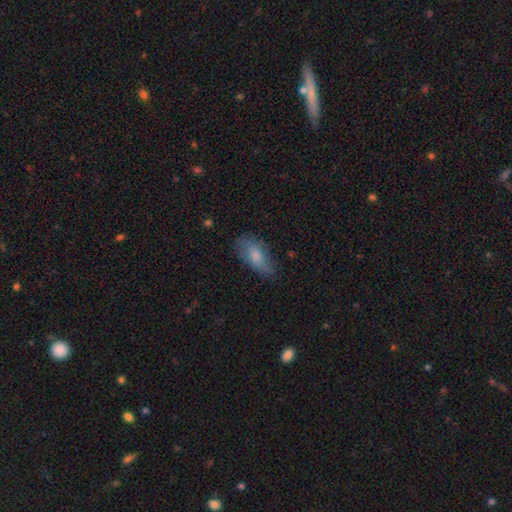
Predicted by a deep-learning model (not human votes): smooth 69%, featured or disk 23%, star or artifact 7%. Down the decision tree: how rounded — in between (88%); merging — none (66%).